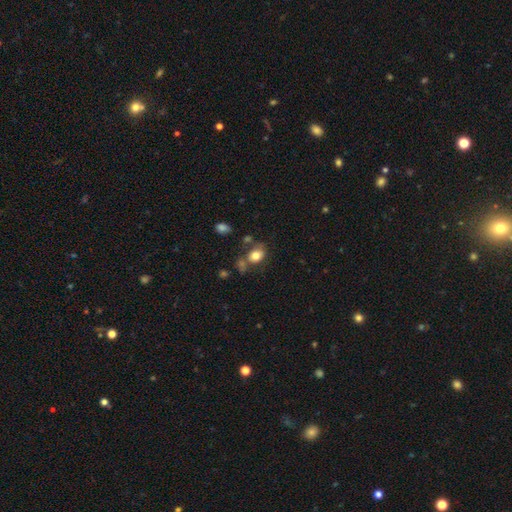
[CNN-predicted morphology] type=smooth (77%); roundness=in between (66%); merging=none (54%).